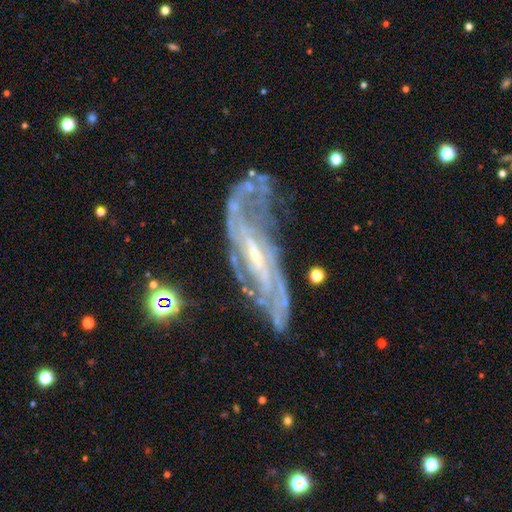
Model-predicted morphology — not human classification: A featured or disk galaxy (85%) with a weak bar (42%), 2 (40%) medium (41%) spiral arms (91%) and a small central bulge (65%).

Vote fractions:
- Smooth or featured? featured or disk: 85% / star or artifact: 8% / smooth: 7%
- Edge-on disk? no: 84% / yes: 16%
- Bar? weak: 42% / strong: 34% / no: 24%
- Spiral arms? yes: 91% / no: 9%
- Spiral winding? medium: 41% / tight: 39% / loose: 20%
- Spiral arm count? 2: 40% / can't tell: 33% / 3: 11% / 4: 6% / 1: 5% / more than 4: 5%
- Bulge size? small: 65% / moderate: 26% / none: 7% / large: 2% / dominant: 1%
- Merging? none: 61% / minor disturbance: 21% / major disturbance: 15% / merger: 4%